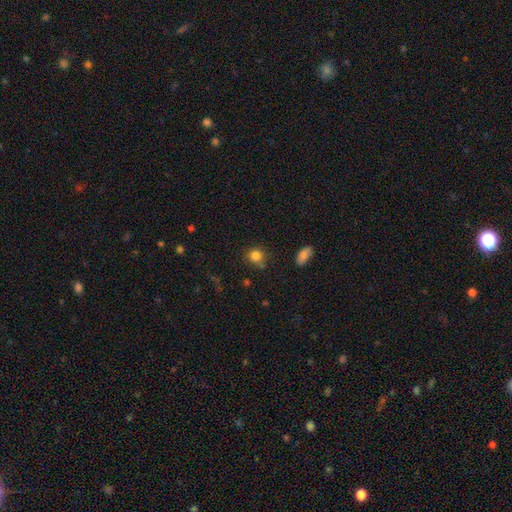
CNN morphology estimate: Smooth or featured?
  - smooth: 83% *
  - star or artifact: 12%
  - featured or disk: 6%
How rounded?
  - round: 79% *
  - in between: 20%
  - cigar-shaped: 1%
Merging?
  - none: 70% *
  - minor disturbance: 21%
  - major disturbance: 5%
  - merger: 4%